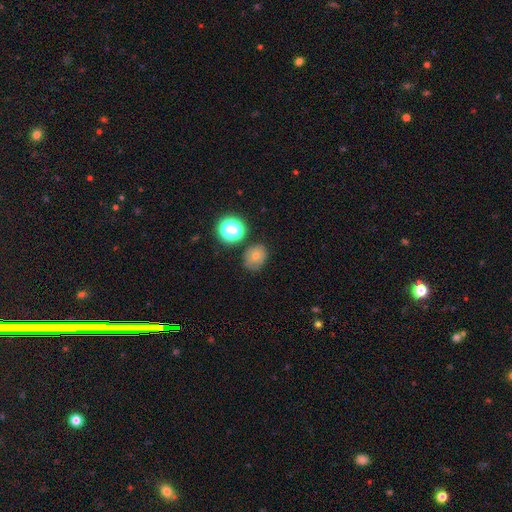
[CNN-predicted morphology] Smooth or featured?
  - smooth: 58% *
  - featured or disk: 24%
  - star or artifact: 18%
How rounded?
  - round: 62% *
  - in between: 37%
  - cigar-shaped: 1%
Merging?
  - none: 74% *
  - minor disturbance: 17%
  - major disturbance: 5%
  - merger: 4%